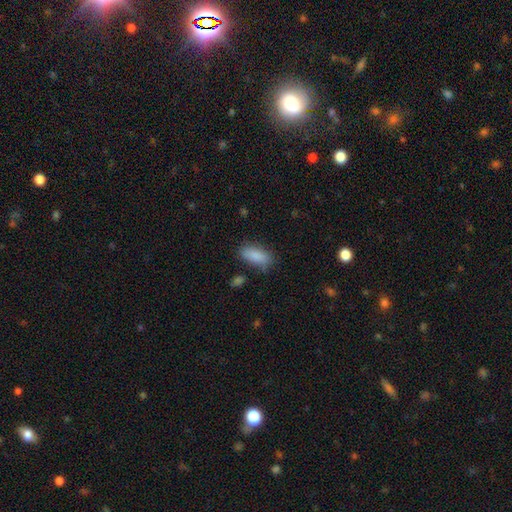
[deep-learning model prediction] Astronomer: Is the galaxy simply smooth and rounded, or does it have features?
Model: smooth — 87%.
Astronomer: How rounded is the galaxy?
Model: in between — 84%.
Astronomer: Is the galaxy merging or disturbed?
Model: none — 75%.